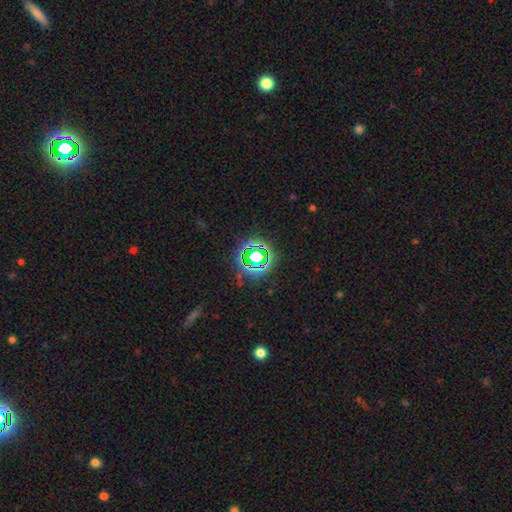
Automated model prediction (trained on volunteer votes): smooth-or-featured: star or artifact: 68% | smooth: 20% | featured or disk: 12%